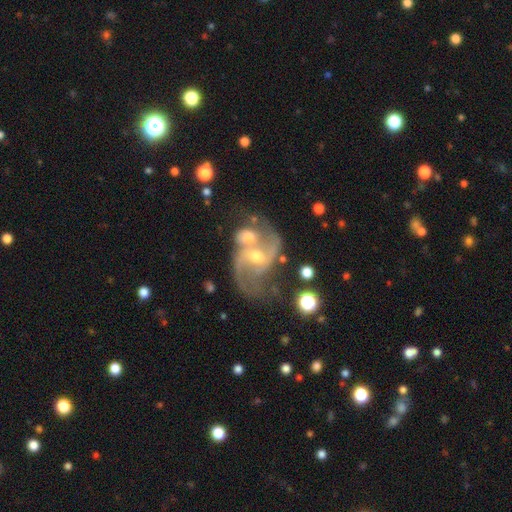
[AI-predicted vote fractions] smooth_or_featured: featured or disk (p=0.87) [alt: star or artifact p=0.07]
disk_edge_on: no (p=0.98) [alt: yes p=0.02]
bar: weak (p=0.43) [alt: no p=0.37]
has_spiral_arms: yes (p=0.95) [alt: no p=0.05]
spiral_winding: medium (p=0.47) [alt: loose p=0.43]
spiral_arm_count: 2 (p=0.87) [alt: can't tell p=0.04]
bulge_size: moderate (p=0.51) [alt: small p=0.44]
merging: merger (p=0.38) [alt: none p=0.37]